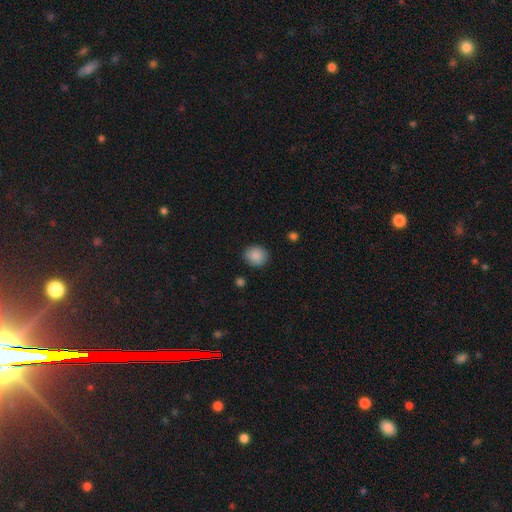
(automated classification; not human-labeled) The model was most divided on "how rounded": round: 73%, in between: 26%, cigar-shaped: 1%. More confident: smooth or featured — smooth (88%); merging — none (87%).